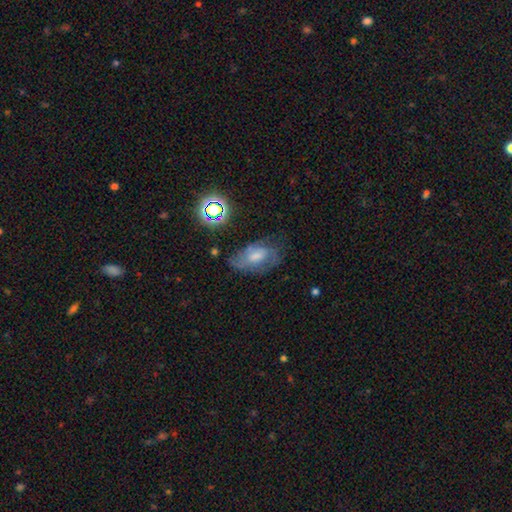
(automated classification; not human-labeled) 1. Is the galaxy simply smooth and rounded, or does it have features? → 54% featured or disk, 30% smooth, 17% star or artifact.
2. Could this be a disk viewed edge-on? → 94% no, 6% yes.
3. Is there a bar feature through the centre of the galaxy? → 53% no, 38% weak, 9% strong.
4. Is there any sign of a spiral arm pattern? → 79% yes, 21% no.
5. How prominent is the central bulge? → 45% moderate, 31% small, 12% none, 10% large, 2% dominant.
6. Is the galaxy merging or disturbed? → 58% none, 25% minor disturbance, 14% major disturbance, 3% merger.